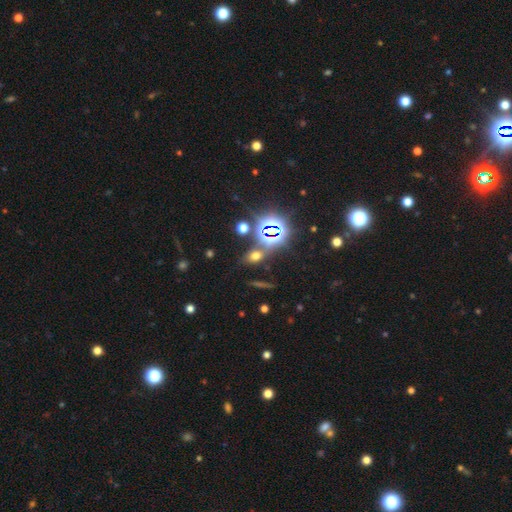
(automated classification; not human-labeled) smooth-or-featured: smooth: 47% | star or artifact: 40% | featured or disk: 12%
  merging: none: 73% | merger: 11% | minor disturbance: 11% | major disturbance: 5%